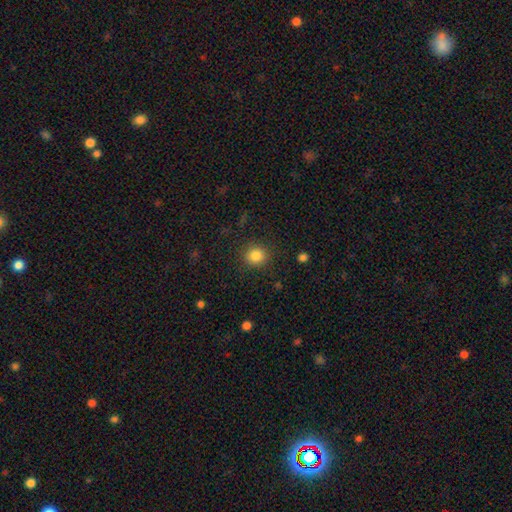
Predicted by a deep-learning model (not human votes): Q: Smooth or featured?
A: smooth (84%); runner-up: star or artifact (11%)
Q: How rounded?
A: round (86%); runner-up: in between (13%)
Q: Merging?
A: none (88%); runner-up: minor disturbance (8%)